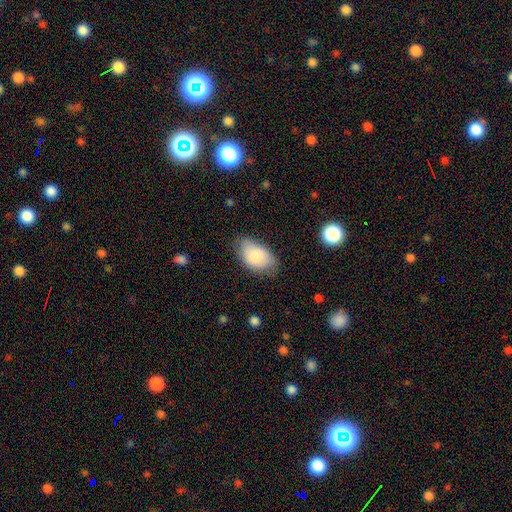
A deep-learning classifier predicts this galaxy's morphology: A smooth galaxy with no disk features (83%) that is in between round and cigar-shaped (93%).

Vote fractions:
- Smooth or featured? smooth: 83% / featured or disk: 11% / star or artifact: 7%
- How rounded? in between: 93% / round: 6% / cigar-shaped: 1%
- Merging? none: 65% / minor disturbance: 27% / major disturbance: 6% / merger: 2%